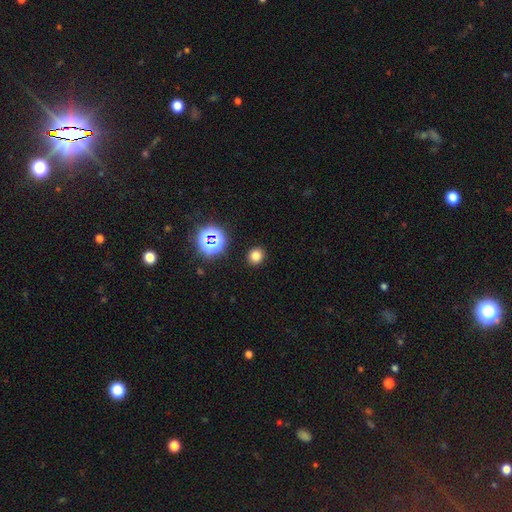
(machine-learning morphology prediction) This is likely a smooth galaxy (76%). How rounded: likely round (79%). Merging: clearly none (91%).